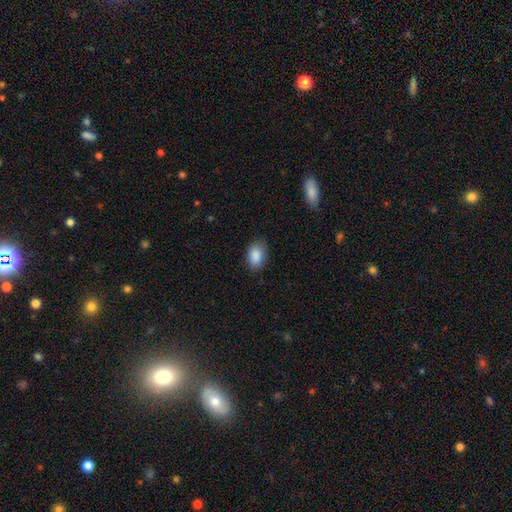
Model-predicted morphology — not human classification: type=smooth (89%); roundness=in between (88%); merging=none (83%).